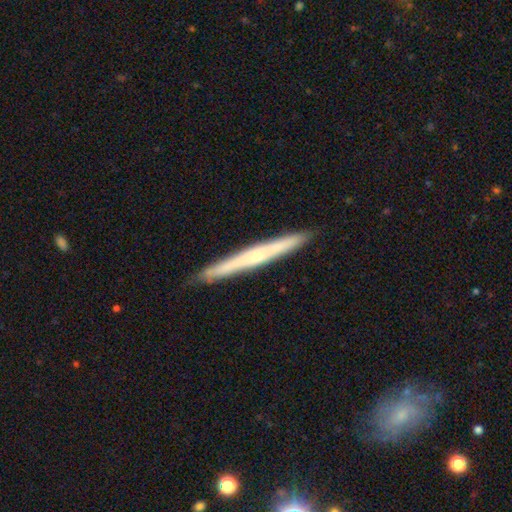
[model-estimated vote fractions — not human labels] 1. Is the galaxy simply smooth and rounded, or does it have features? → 60% featured or disk, 34% smooth, 6% star or artifact.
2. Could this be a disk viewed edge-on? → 96% yes, 4% no.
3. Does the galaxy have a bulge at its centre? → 48% rounded, 47% none, 5% boxy.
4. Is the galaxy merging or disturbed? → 91% none, 6% minor disturbance, 1% major disturbance, 1% merger.